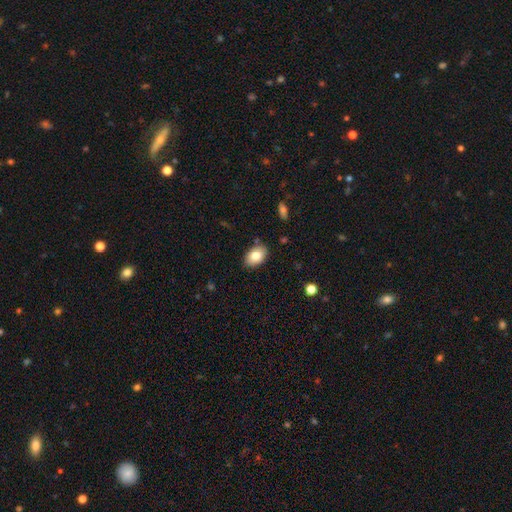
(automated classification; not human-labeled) smooth 81%, featured or disk 12%, star or artifact 8%. Down the decision tree: how rounded — in between (88%); merging — none (85%).